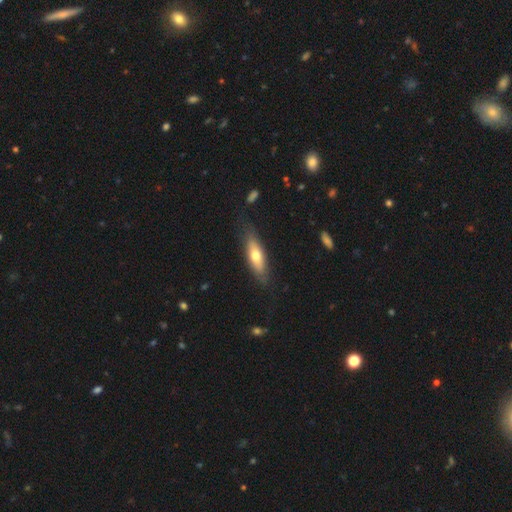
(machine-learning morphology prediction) The model was most divided on "how rounded": in between: 51%, cigar-shaped: 47%, round: 2%. More confident: merging — none (78%); smooth or featured — smooth (61%).